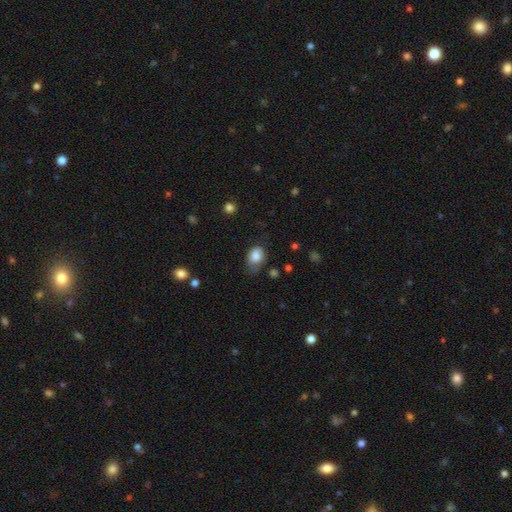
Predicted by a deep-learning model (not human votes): smooth_or_featured: smooth (p=0.81) [alt: featured or disk p=0.11]
how_rounded: in between (p=0.72) [alt: round p=0.27]
merging: none (p=0.46) [alt: minor disturbance p=0.37]